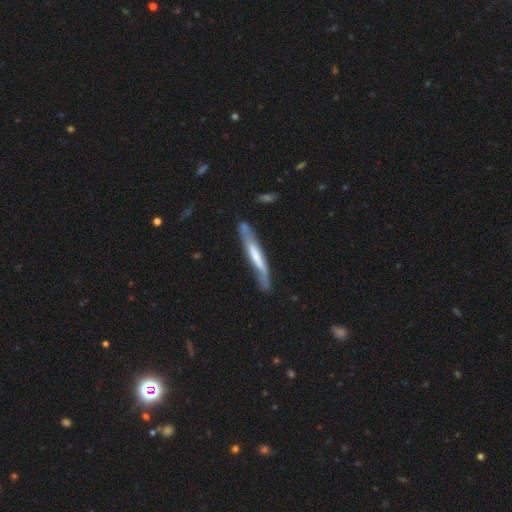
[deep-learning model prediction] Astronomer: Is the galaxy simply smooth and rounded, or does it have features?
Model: featured or disk — 58% (runner-up: smooth, 37%).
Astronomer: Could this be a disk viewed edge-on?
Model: yes — 71%.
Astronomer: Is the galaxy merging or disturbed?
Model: none — 69%.